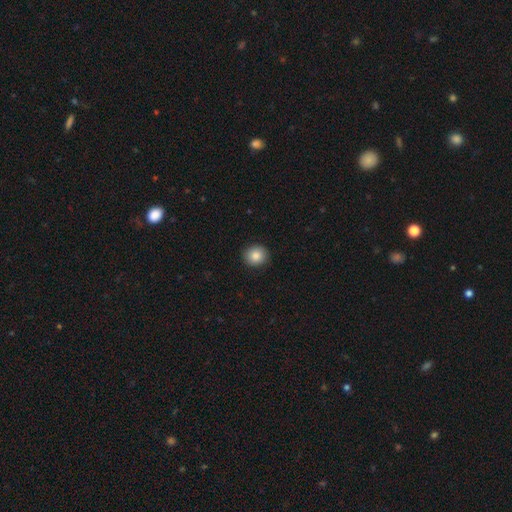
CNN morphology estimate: Smooth or featured? Predicted: smooth (p=0.86). How rounded? Predicted: round (p=0.84). Merging? Predicted: none (p=0.91).